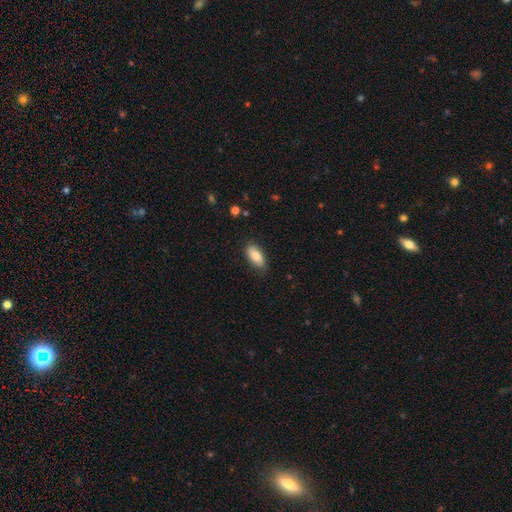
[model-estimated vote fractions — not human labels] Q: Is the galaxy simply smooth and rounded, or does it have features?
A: smooth — 80%.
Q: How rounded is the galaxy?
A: in between — 89%.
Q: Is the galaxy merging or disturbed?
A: none — 83%.